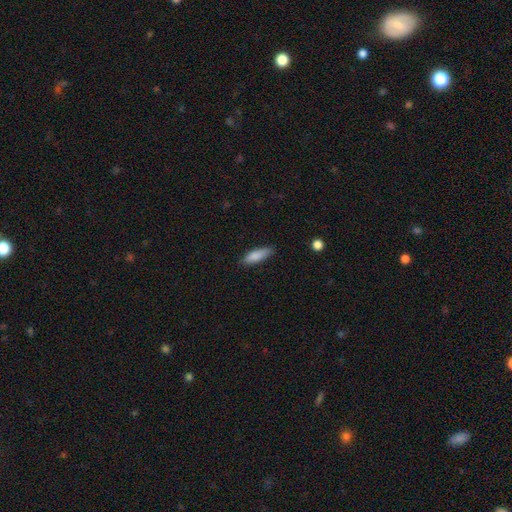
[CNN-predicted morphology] type=smooth (86%); roundness=in between (52%); merging=none (81%).